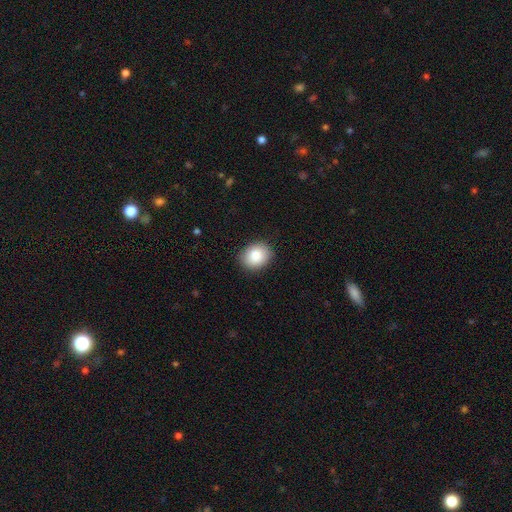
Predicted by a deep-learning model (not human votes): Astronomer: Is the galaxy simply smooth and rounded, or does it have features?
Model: smooth — 87%.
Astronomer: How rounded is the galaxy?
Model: round — 55% (runner-up: in between, 44%).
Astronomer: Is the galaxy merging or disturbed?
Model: none — 88%.